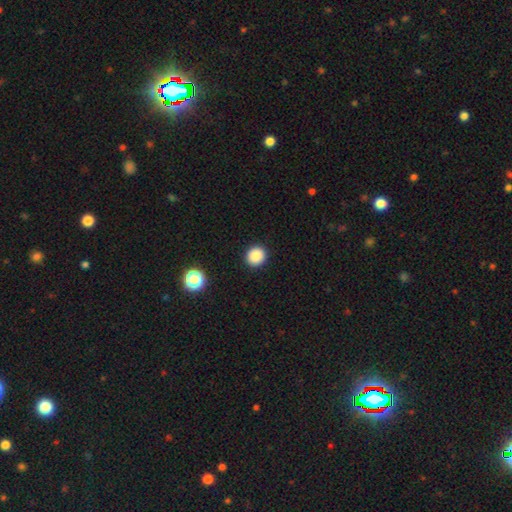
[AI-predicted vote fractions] Q: Smooth or featured?
A: smooth (87%); runner-up: star or artifact (10%)
Q: How rounded?
A: round (90%); runner-up: in between (10%)
Q: Merging?
A: none (92%); runner-up: minor disturbance (5%)